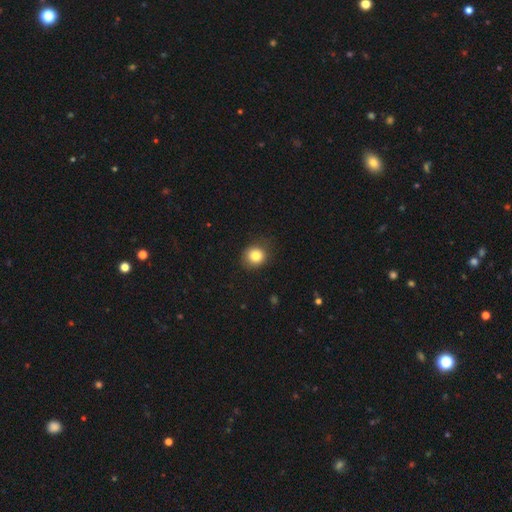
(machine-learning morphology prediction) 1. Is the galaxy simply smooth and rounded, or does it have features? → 83% smooth, 10% star or artifact, 7% featured or disk.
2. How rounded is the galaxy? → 84% round, 15% in between, 1% cigar-shaped.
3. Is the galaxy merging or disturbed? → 83% none, 13% minor disturbance, 3% major disturbance, 1% merger.